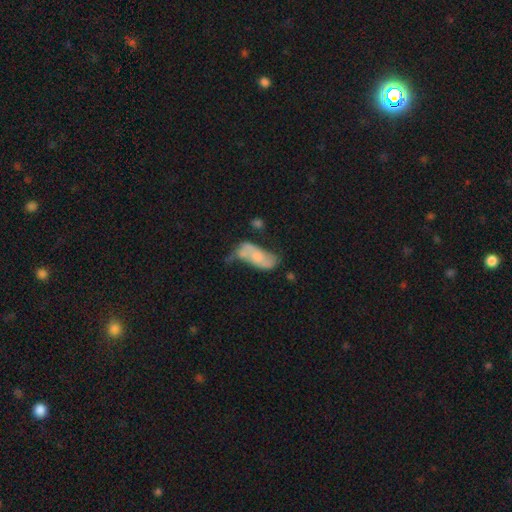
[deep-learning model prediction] smooth_or_featured: featured or disk (p=0.49) [alt: smooth p=0.42]
merging: none (p=0.35) [alt: minor disturbance p=0.28]